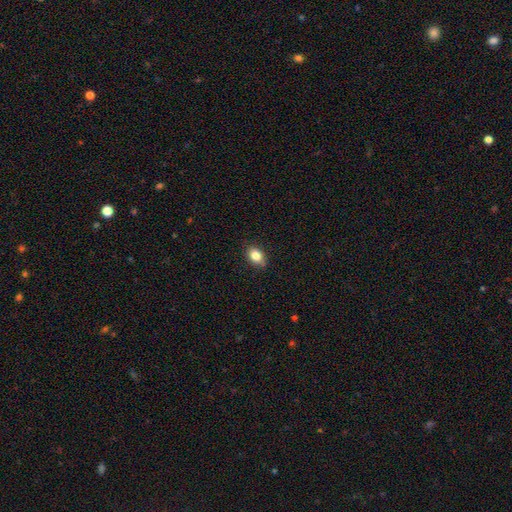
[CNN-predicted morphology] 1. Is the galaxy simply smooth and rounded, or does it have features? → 84% smooth, 9% star or artifact, 7% featured or disk.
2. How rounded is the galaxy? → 74% in between, 24% round, 2% cigar-shaped.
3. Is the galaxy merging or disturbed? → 83% none, 14% minor disturbance, 2% major disturbance, 1% merger.